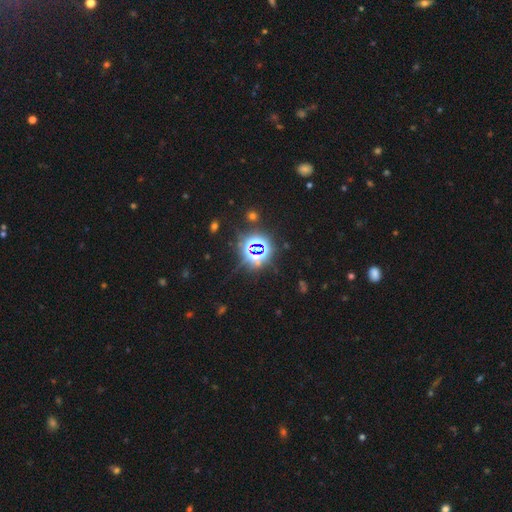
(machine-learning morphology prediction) star or artifact 79%, smooth 13%, featured or disk 8%.